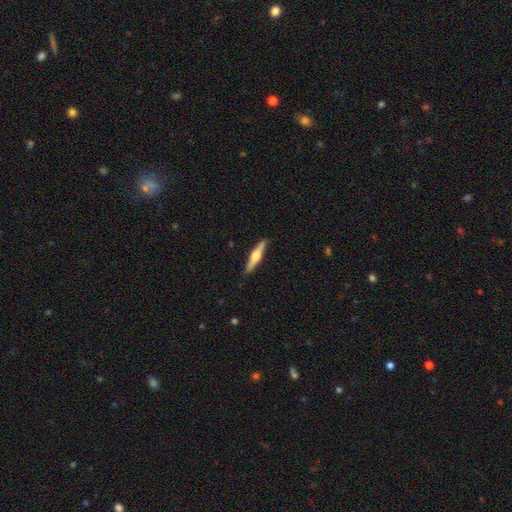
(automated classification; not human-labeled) This is likely a featured or disk galaxy (64%). It is clearly viewed edge-on (97%). Edge-on bulge: clearly rounded (91%). Merging: clearly none (89%).